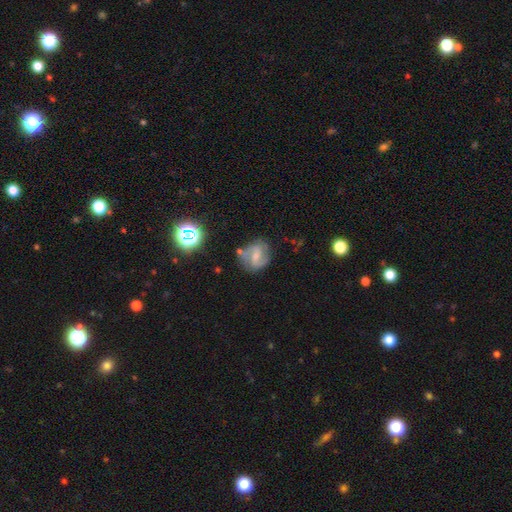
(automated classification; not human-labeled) Smooth or featured?
  - featured or disk: 66% *
  - smooth: 24%
  - star or artifact: 10%
Edge-on disk?
  - no: 97% *
  - yes: 3%
Bar?
  - weak: 50% *
  - strong: 28%
  - no: 22%
Spiral arms?
  - yes: 88% *
  - no: 12%
Spiral winding?
  - medium: 48% *
  - loose: 30%
  - tight: 22%
Spiral arm count?
  - 2: 81% *
  - can't tell: 10%
  - 1: 4%
  - 3: 2%
  - 4: 1%
  - more than 4: 1%
Bulge size?
  - small: 38% *
  - moderate: 33%
  - none: 23%
  - large: 5%
  - dominant: 1%
Merging?
  - none: 64% *
  - minor disturbance: 21%
  - major disturbance: 9%
  - merger: 6%